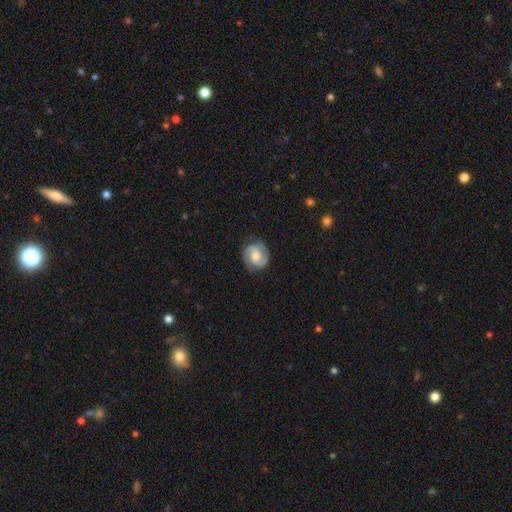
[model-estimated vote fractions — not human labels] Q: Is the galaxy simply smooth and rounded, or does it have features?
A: featured or disk — 74%.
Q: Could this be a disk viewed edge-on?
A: no — 98%.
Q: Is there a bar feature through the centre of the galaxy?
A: no — 46%.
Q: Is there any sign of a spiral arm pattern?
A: yes — 95%.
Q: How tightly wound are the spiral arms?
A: medium — 45%.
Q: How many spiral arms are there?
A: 2 — 89%.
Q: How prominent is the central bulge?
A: moderate — 47%.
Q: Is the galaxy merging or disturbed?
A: none — 81%.